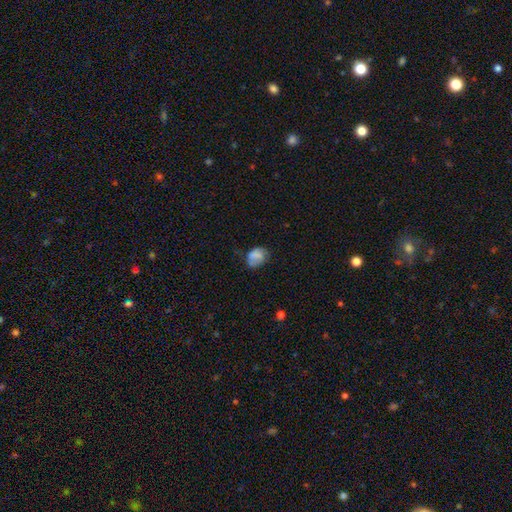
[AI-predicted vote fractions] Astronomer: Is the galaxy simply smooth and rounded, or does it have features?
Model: smooth — 71%.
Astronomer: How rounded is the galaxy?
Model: in between — 66%.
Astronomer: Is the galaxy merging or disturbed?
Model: none — 50% (runner-up: minor disturbance, 34%).